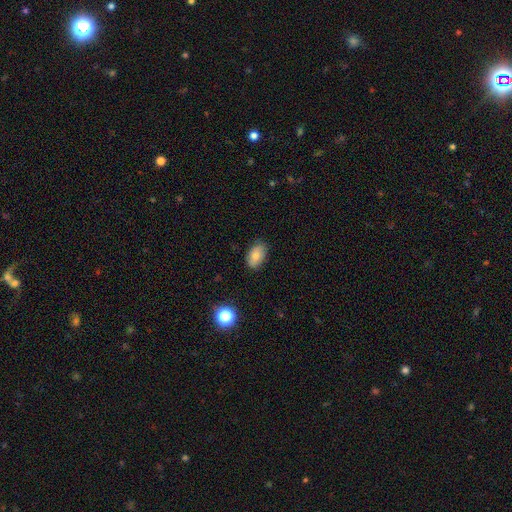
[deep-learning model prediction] smooth 79%, featured or disk 12%, star or artifact 9%. Down the decision tree: how rounded — in between (91%); merging — none (83%).